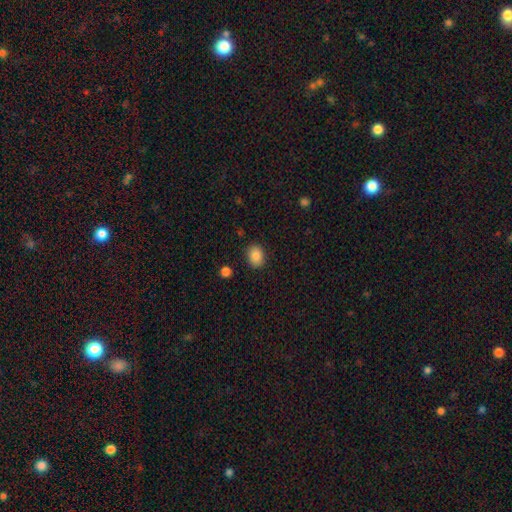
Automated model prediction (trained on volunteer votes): smooth 86%, star or artifact 9%, featured or disk 5%. Down the decision tree: how rounded — in between (57%); merging — none (87%).